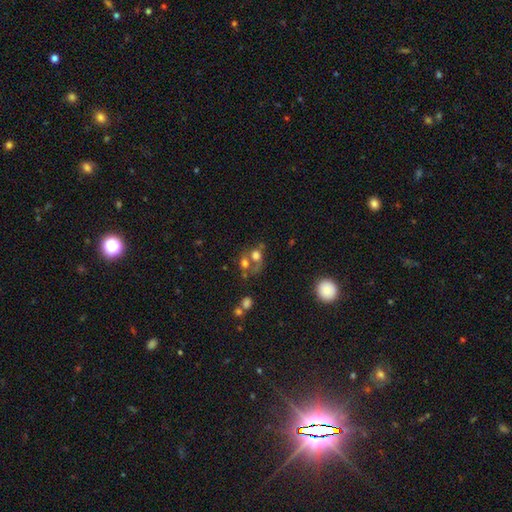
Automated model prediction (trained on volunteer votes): This appears to be a smooth galaxy with no disk features (64%) that is round (60%). Merging: merger (52%).